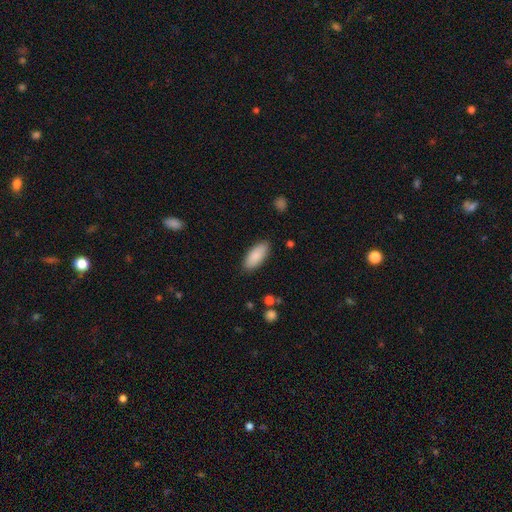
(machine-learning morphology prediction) Smooth or featured?
  - smooth: 88% *
  - featured or disk: 6%
  - star or artifact: 6%
How rounded?
  - in between: 84% *
  - cigar-shaped: 14%
  - round: 2%
Merging?
  - none: 87% *
  - minor disturbance: 10%
  - major disturbance: 2%
  - merger: 1%